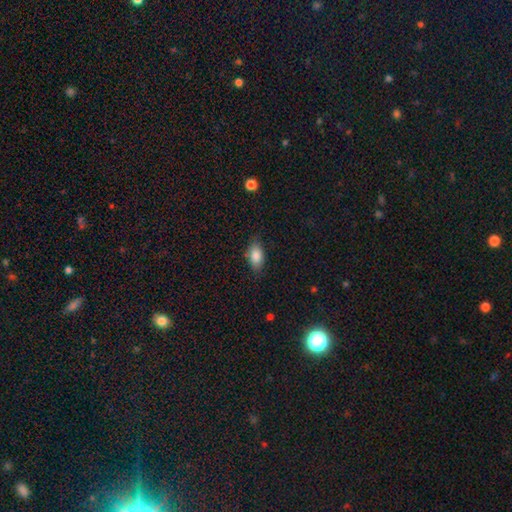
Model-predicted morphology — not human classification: Smooth or featured?
  - smooth: 84% *
  - featured or disk: 8%
  - star or artifact: 8%
How rounded?
  - in between: 89% *
  - cigar-shaped: 6%
  - round: 5%
Merging?
  - none: 79% *
  - minor disturbance: 16%
  - major disturbance: 3%
  - merger: 1%